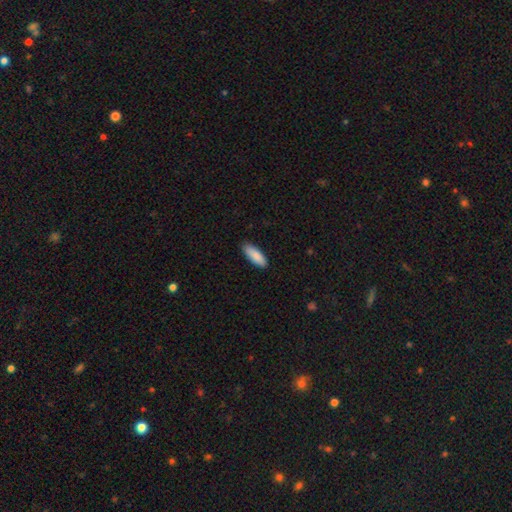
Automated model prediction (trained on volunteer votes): This is clearly a smooth galaxy (90%). How rounded: likely in between (64%). Merging: clearly none (89%).